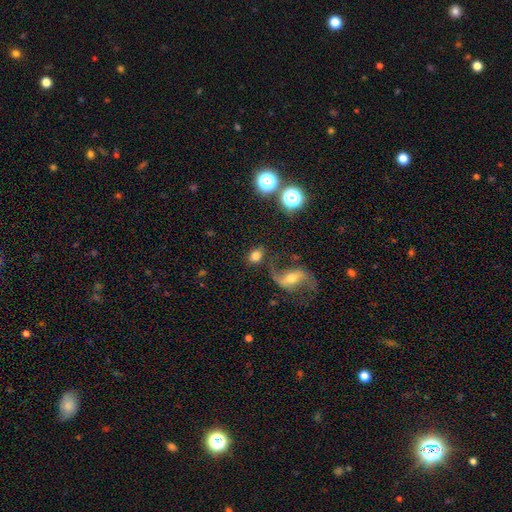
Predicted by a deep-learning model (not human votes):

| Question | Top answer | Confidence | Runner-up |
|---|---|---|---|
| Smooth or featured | smooth | 63% | featured or disk (24%) |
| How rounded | in between | 58% | round (40%) |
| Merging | none | 64% | minor disturbance (15%) |